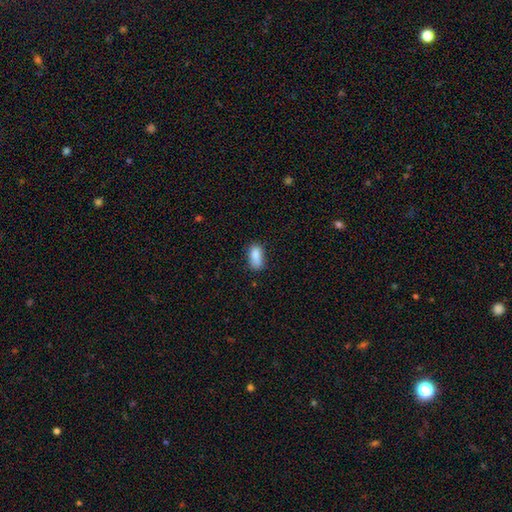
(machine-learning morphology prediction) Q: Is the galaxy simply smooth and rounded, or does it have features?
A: smooth — 85%.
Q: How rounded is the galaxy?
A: in between — 88%.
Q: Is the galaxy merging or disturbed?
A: none — 64%.